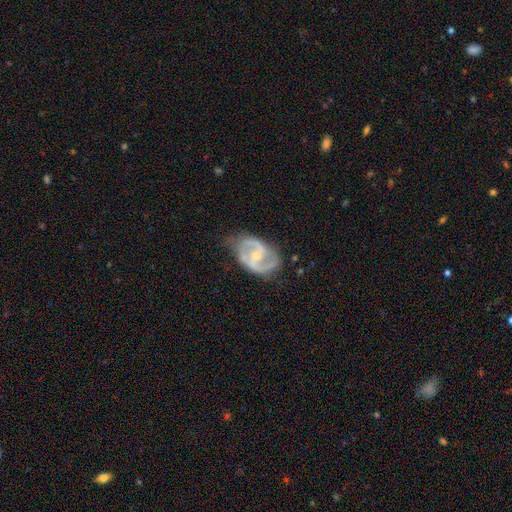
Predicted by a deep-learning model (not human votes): Smooth or featured? featured or disk (87%)
Edge-on disk? no (97%)
Bar? weak (40%)
Spiral arms? yes (93%)
Spiral winding? medium (55%)
Spiral arm count? 2 (88%)
Bulge size? small (60%)
Merging? none (66%)